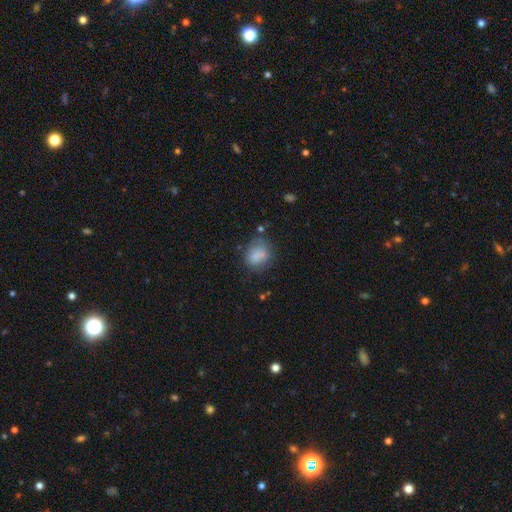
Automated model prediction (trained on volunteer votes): A smooth galaxy with no disk features (79%) that is round (51%). Merging: none (57%).